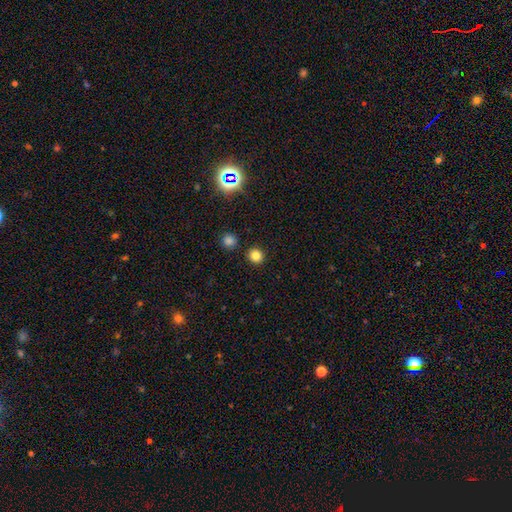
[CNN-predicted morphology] Q: Smooth or featured?
A: smooth (81%); runner-up: star or artifact (14%)
Q: How rounded?
A: round (89%); runner-up: in between (10%)
Q: Merging?
A: none (90%); runner-up: minor disturbance (5%)